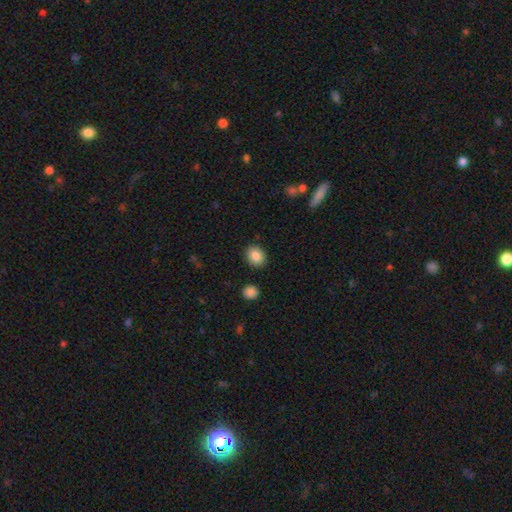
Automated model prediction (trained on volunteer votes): smooth-or-featured: smooth: 86% | star or artifact: 8% | featured or disk: 6%
  how-rounded: round: 61% | in between: 38% | cigar-shaped: 1%
  merging: none: 89% | minor disturbance: 7% | major disturbance: 2% | merger: 2%